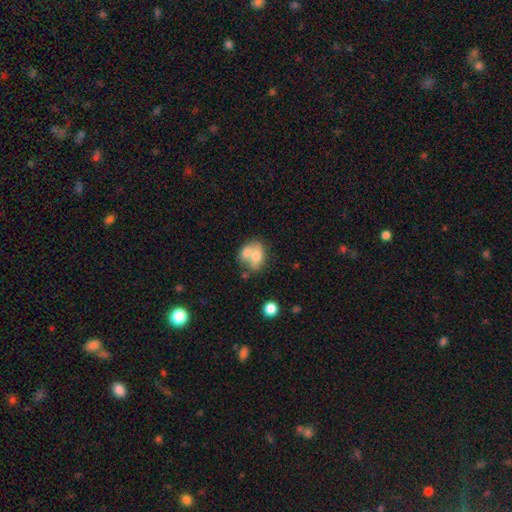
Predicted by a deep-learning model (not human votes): Overall: smooth (67%). How rounded: in between (71%). Merging: merger (65%).